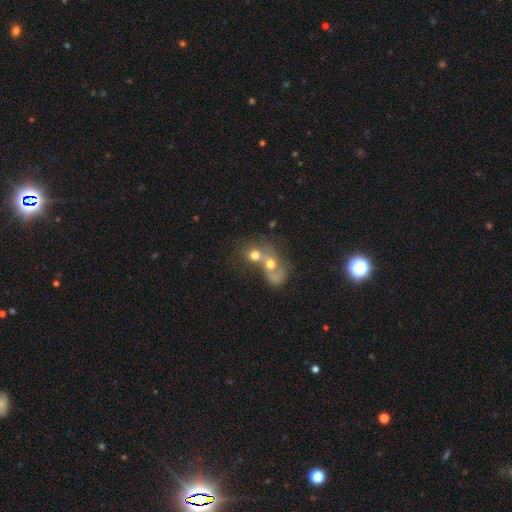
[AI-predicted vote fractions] smooth_or_featured: smooth (p=0.52) [alt: featured or disk p=0.34]
how_rounded: round (p=0.61) [alt: in between p=0.37]
merging: merger (p=0.75) [alt: none p=0.13]